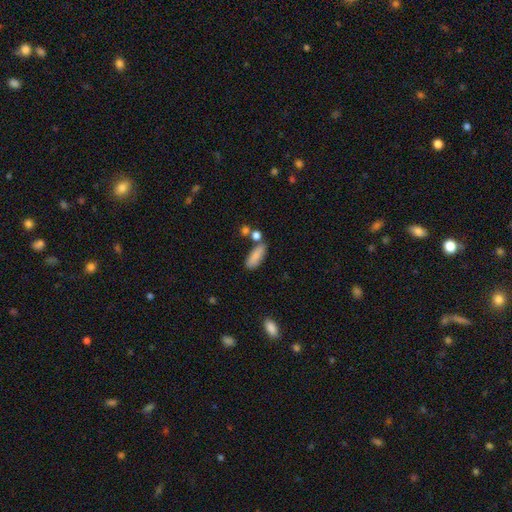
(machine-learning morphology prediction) smooth_or_featured: smooth (p=0.83) [alt: featured or disk p=0.09]
how_rounded: in between (p=0.65) [alt: cigar-shaped p=0.31]
merging: none (p=0.62) [alt: minor disturbance p=0.18]